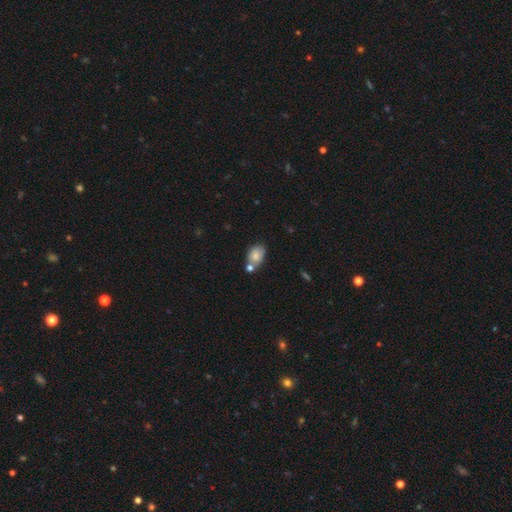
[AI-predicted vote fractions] A smooth galaxy with no disk features (82%) that is in between round and cigar-shaped (76%).

Vote fractions:
- Smooth or featured? smooth: 82% / featured or disk: 10% / star or artifact: 9%
- How rounded? in between: 76% / round: 23% / cigar-shaped: 1%
- Merging? none: 55% / merger: 23% / minor disturbance: 18% / major disturbance: 4%